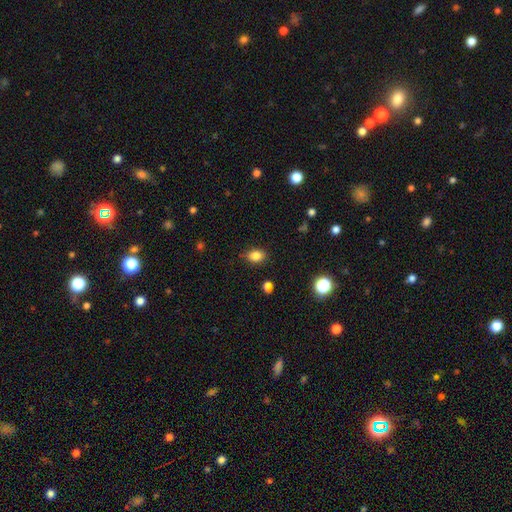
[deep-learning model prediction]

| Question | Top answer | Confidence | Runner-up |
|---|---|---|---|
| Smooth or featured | smooth | 83% | star or artifact (11%) |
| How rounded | in between | 68% | round (30%) |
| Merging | none | 82% | minor disturbance (13%) |